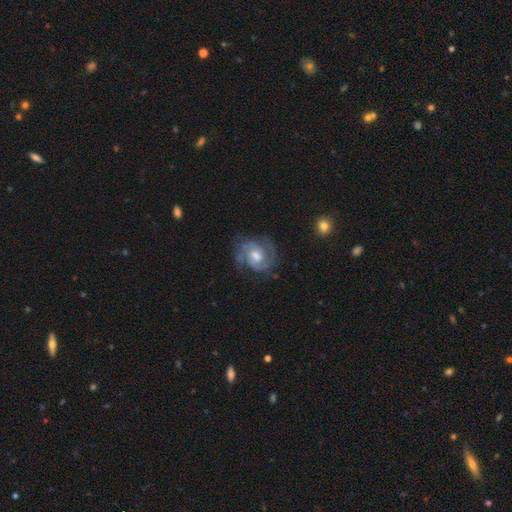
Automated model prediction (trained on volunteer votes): Q: Smooth or featured?
A: featured or disk (86%); runner-up: smooth (8%)
Q: Edge-on disk?
A: no (98%); runner-up: yes (2%)
Q: Bar?
A: no (49%); runner-up: weak (43%)
Q: Spiral arms?
A: yes (96%); runner-up: no (4%)
Q: Spiral winding?
A: tight (51%); runner-up: medium (41%)
Q: Spiral arm count?
A: 2 (56%); runner-up: 3 (21%)
Q: Bulge size?
A: moderate (63%); runner-up: small (19%)
Q: Merging?
A: none (72%); runner-up: minor disturbance (18%)